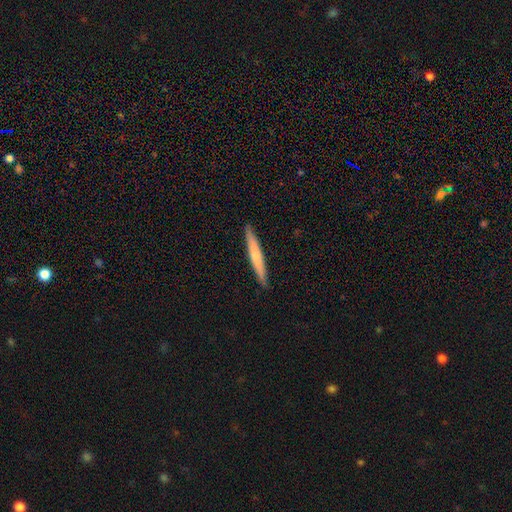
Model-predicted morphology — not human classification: A smooth galaxy with no disk features (49%). Merging: none (91%).